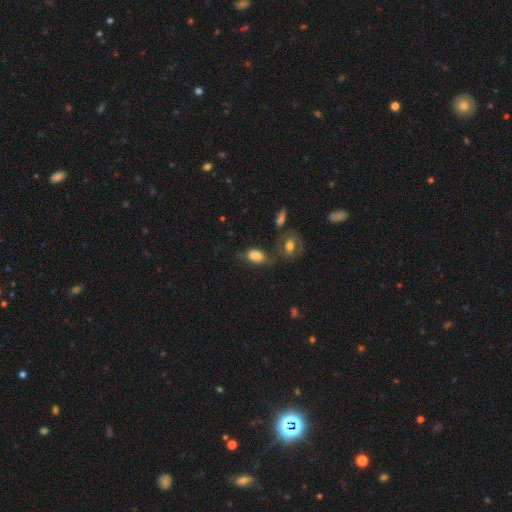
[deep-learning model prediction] This is likely a smooth galaxy (75%). How rounded: clearly in between (88%). Merging: marginally none (41%).